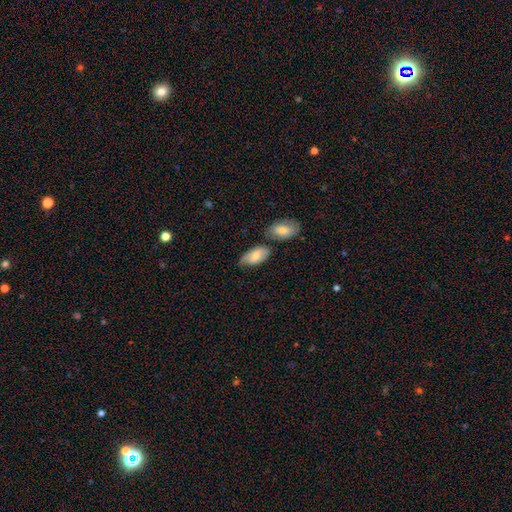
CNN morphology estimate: Smooth or featured: smooth — 75% (featured or disk — 19%)
How rounded: in between — 93% (cigar-shaped — 4%)
Merging: none — 58% (minor disturbance — 21%)